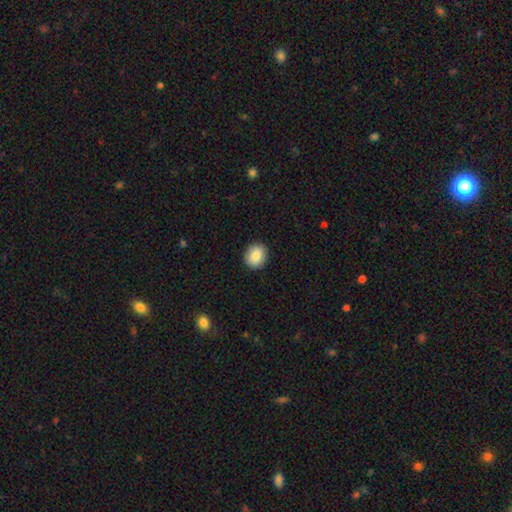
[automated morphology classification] smooth-or-featured: smooth: 86% | star or artifact: 8% | featured or disk: 6%
  how-rounded: round: 66% | in between: 33% | cigar-shaped: 1%
  merging: none: 91% | minor disturbance: 7% | major disturbance: 2% | merger: 1%